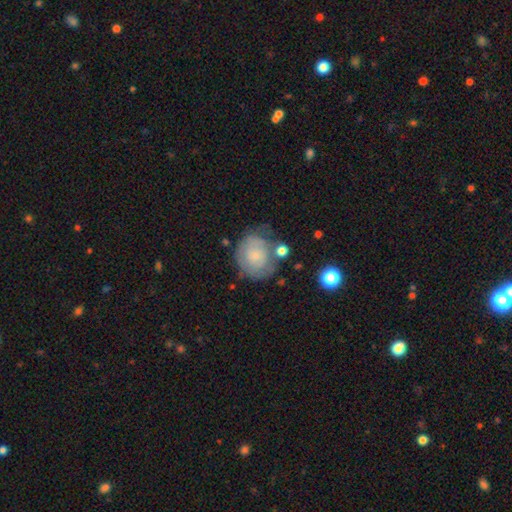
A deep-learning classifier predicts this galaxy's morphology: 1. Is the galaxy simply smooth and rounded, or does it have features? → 55% smooth, 37% featured or disk, 8% star or artifact.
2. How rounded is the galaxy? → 76% round, 23% in between, 1% cigar-shaped.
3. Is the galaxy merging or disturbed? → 55% none, 25% minor disturbance, 13% major disturbance, 8% merger.